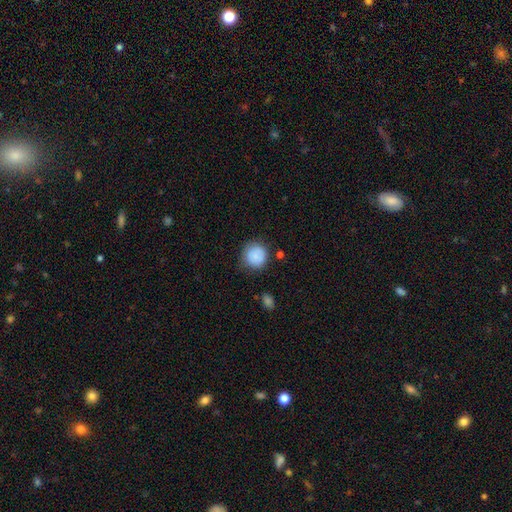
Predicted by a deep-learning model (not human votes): The model was most divided on "merging": none: 76%, minor disturbance: 16%, major disturbance: 5%, merger: 3%. More confident: how rounded — round (91%); smooth or featured — smooth (86%).